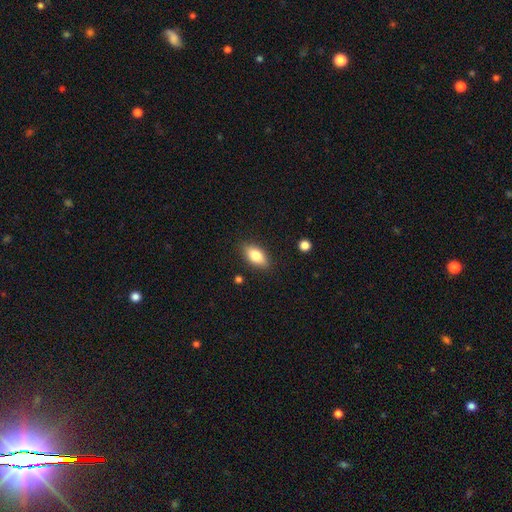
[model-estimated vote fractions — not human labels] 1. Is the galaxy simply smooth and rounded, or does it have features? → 77% smooth, 15% featured or disk, 7% star or artifact.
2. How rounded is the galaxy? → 87% in between, 8% cigar-shaped, 5% round.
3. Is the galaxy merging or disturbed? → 86% none, 10% minor disturbance, 2% major disturbance, 1% merger.